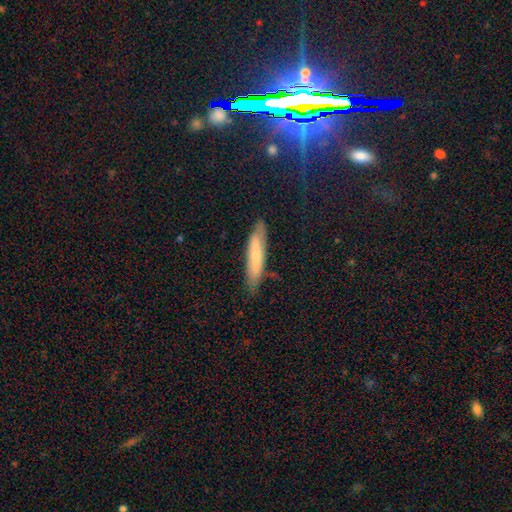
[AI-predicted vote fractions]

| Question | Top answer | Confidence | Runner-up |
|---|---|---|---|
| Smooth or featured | smooth | 59% | featured or disk (34%) |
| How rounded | cigar-shaped | 85% | in between (13%) |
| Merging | none | 81% | minor disturbance (14%) |